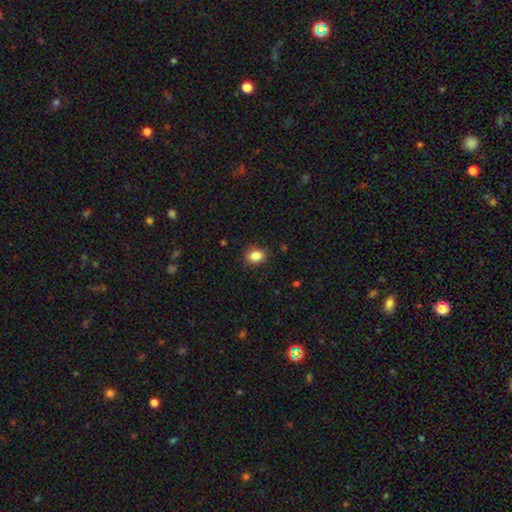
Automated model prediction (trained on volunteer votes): Q: Smooth or featured?
A: smooth (86%); runner-up: star or artifact (10%)
Q: How rounded?
A: in between (62%); runner-up: round (37%)
Q: Merging?
A: none (87%); runner-up: minor disturbance (10%)